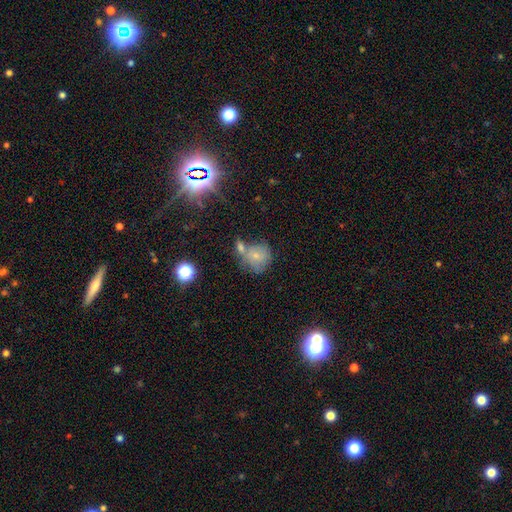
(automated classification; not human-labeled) smooth-or-featured: smooth: 60% | featured or disk: 26% | star or artifact: 13%
  how-rounded: round: 78% | in between: 21% | cigar-shaped: 1%
  merging: none: 40% | merger: 34% | minor disturbance: 18% | major disturbance: 9%